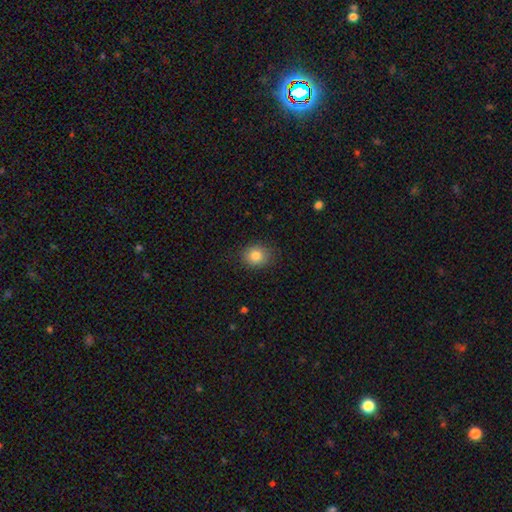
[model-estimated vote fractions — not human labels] Smooth or featured? smooth (82%)
How rounded? round (65%)
Merging? none (85%)